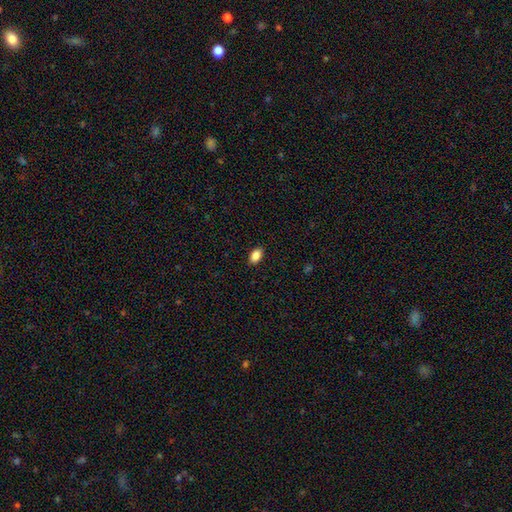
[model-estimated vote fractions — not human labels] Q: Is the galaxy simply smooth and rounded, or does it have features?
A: smooth — 88%.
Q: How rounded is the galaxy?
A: in between — 90%.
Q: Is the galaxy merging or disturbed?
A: none — 89%.